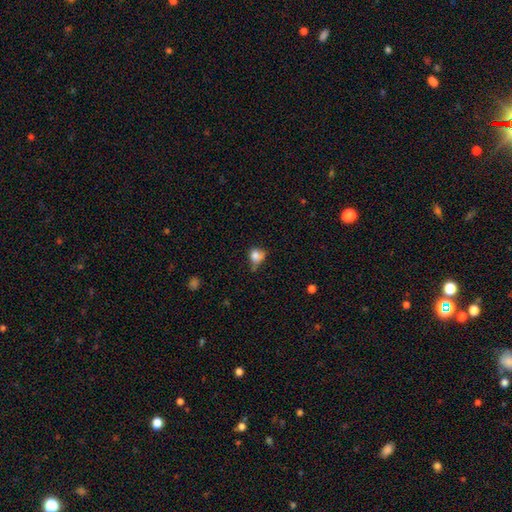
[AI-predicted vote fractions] Smooth or featured?
  - smooth: 80% *
  - star or artifact: 11%
  - featured or disk: 9%
How rounded?
  - round: 69% *
  - in between: 29%
  - cigar-shaped: 1%
Merging?
  - none: 43% *
  - minor disturbance: 36%
  - major disturbance: 12%
  - merger: 9%